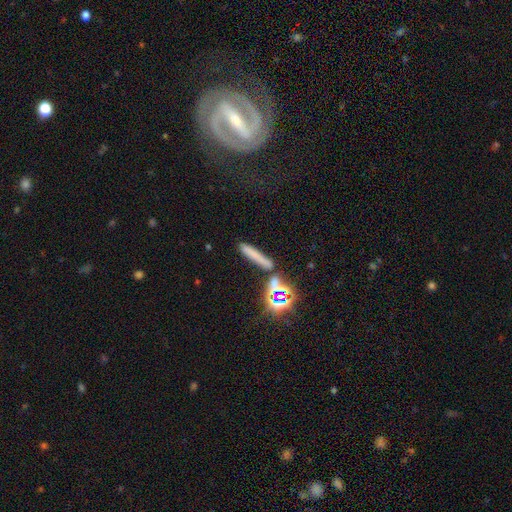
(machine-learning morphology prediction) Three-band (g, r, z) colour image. It shows a smooth galaxy with no disk features (59%) that is cigar-shaped (87%). Merging: none (74%).